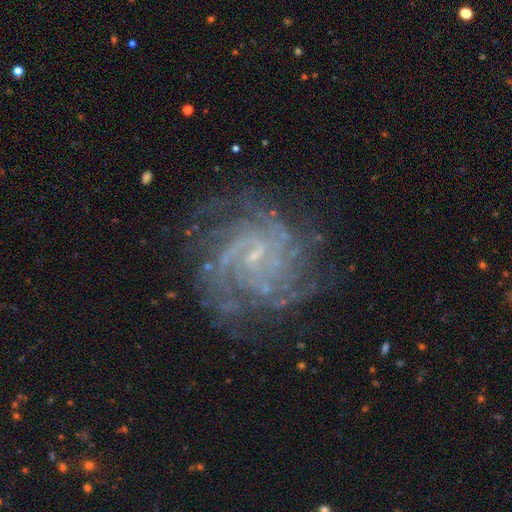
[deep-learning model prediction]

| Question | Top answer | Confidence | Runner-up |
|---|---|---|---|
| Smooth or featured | featured or disk | 86% | star or artifact (8%) |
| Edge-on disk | no | 98% | yes (2%) |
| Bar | weak | 52% | no (35%) |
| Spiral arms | yes | 96% | no (4%) |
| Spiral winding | tight | 60% | medium (33%) |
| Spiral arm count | can't tell | 31% | 4 (20%) |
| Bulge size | small | 72% | none (17%) |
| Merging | none | 73% | minor disturbance (15%) |